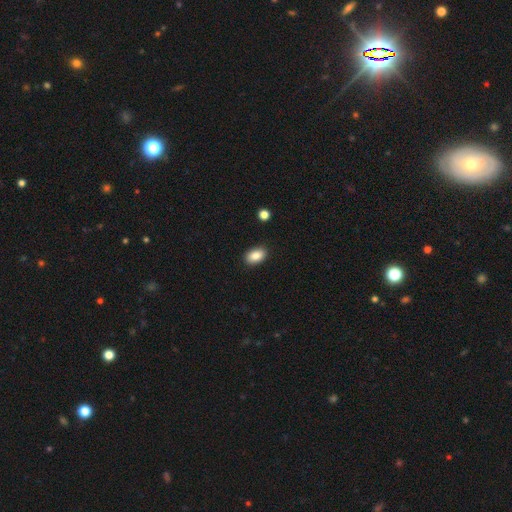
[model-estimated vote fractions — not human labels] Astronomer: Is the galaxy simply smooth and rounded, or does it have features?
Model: smooth — 86%.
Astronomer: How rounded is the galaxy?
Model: in between — 89%.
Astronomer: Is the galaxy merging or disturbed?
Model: none — 89%.